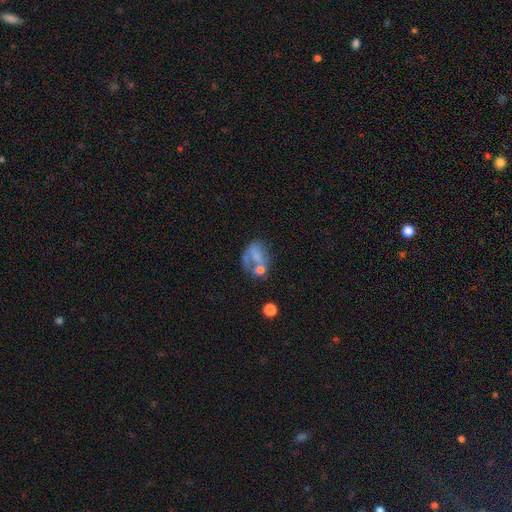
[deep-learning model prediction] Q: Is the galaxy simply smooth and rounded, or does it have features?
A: smooth — 48%.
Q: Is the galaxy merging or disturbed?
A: merger — 29%.